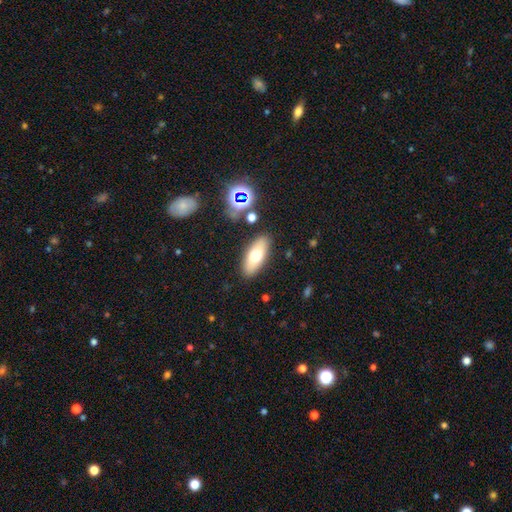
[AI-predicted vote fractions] This appears to be a smooth galaxy with no disk features (66%) that is in between round and cigar-shaped (78%). Merging: none (87%).